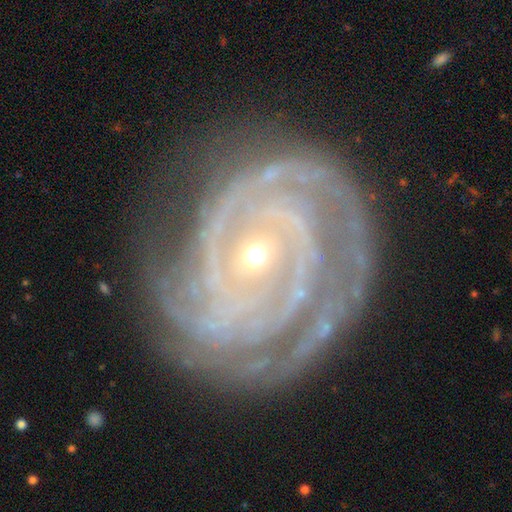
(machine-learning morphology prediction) type=featured or disk (92%); edge-on=no (98%); bar=no (65%); spiral arms=yes (98%); winding=tight (76%); arm count=2 (33%); bulge=small (76%); merging=none (70%).